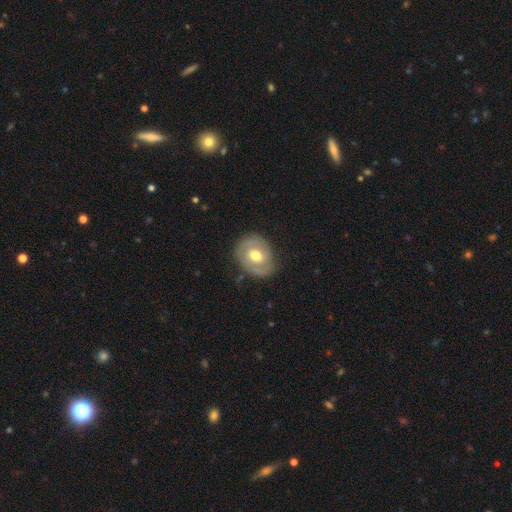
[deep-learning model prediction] Q: Smooth or featured?
A: featured or disk (67%); runner-up: smooth (27%)
Q: Edge-on disk?
A: no (96%); runner-up: yes (4%)
Q: Bar?
A: no (49%); runner-up: weak (39%)
Q: Spiral arms?
A: yes (69%); runner-up: no (31%)
Q: Bulge size?
A: moderate (75%); runner-up: small (13%)
Q: Merging?
A: none (78%); runner-up: minor disturbance (16%)